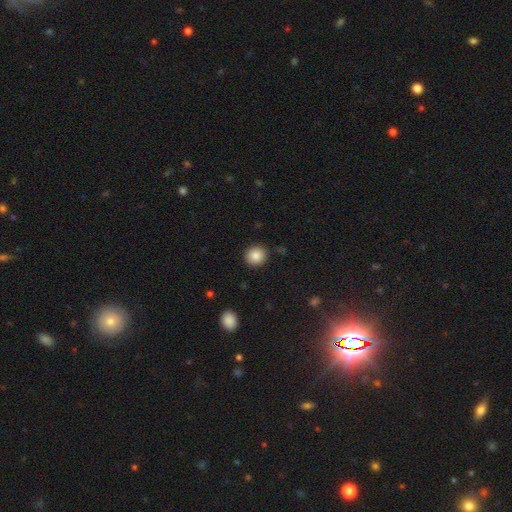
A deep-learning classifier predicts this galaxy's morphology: smooth_or_featured: smooth (p=0.85) [alt: star or artifact p=0.09]
how_rounded: round (p=0.90) [alt: in between p=0.09]
merging: none (p=0.89) [alt: minor disturbance p=0.07]